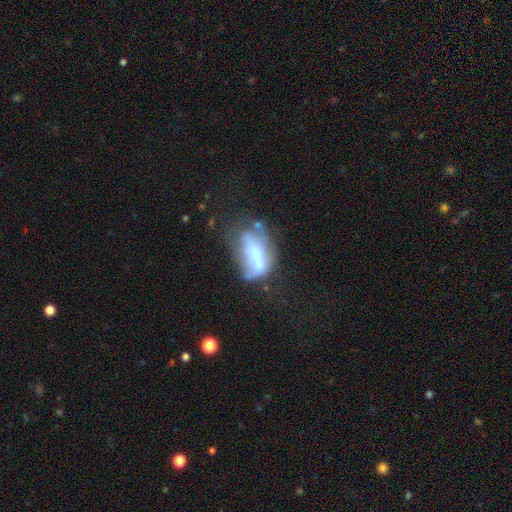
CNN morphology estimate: featured or disk 46%, smooth 43%, star or artifact 11%. Down the decision tree: merging — major disturbance (30%).